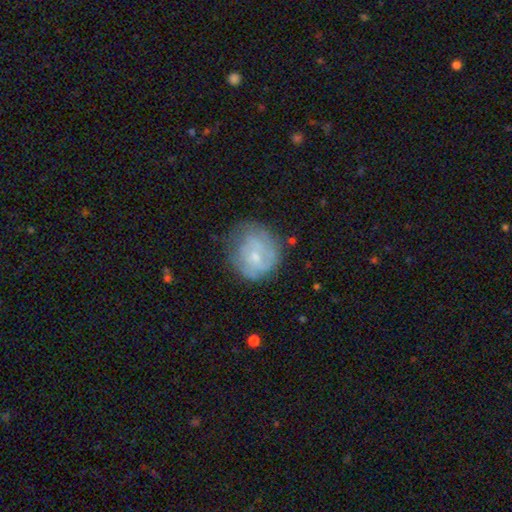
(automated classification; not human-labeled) Smooth or featured? featured or disk (58%)
Edge-on disk? no (98%)
Bar? no (66%)
Spiral arms? yes (72%)
Bulge size? small (61%)
Merging? none (59%)